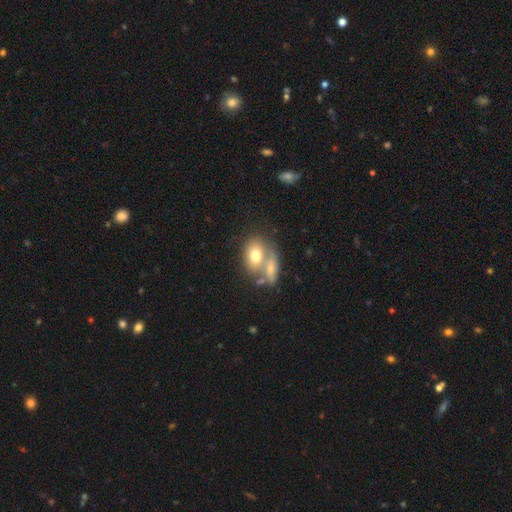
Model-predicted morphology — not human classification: The model was most divided on "merging": merger: 50%, none: 33%, minor disturbance: 11%, major disturbance: 6%. More confident: how rounded — in between (75%); smooth or featured — smooth (71%).